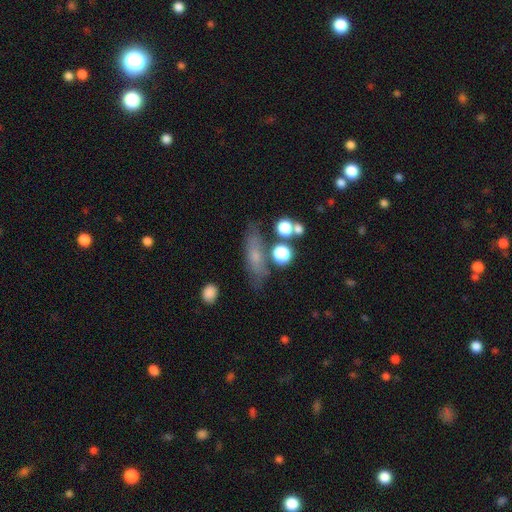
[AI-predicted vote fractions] Smooth or featured?
  - smooth: 55% *
  - featured or disk: 32%
  - star or artifact: 13%
How rounded?
  - cigar-shaped: 54% *
  - in between: 37%
  - round: 10%
Merging?
  - none: 68% *
  - minor disturbance: 17%
  - merger: 8%
  - major disturbance: 7%